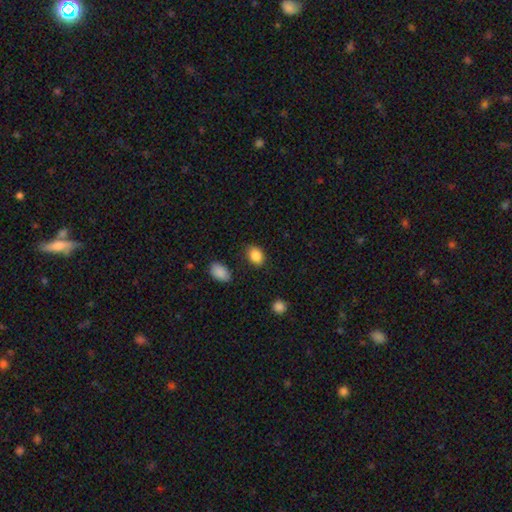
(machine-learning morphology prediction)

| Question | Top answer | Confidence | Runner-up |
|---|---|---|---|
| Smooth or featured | smooth | 87% | star or artifact (9%) |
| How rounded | in between | 69% | round (30%) |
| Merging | none | 81% | minor disturbance (13%) |